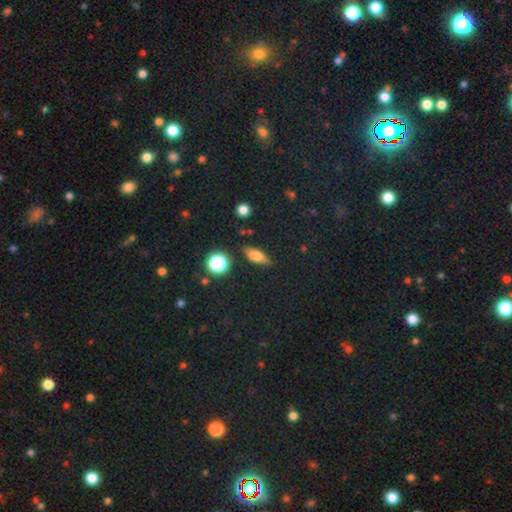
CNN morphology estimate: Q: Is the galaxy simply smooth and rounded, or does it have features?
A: smooth — 67%.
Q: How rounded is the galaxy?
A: in between — 59%.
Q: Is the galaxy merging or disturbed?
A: none — 78%.